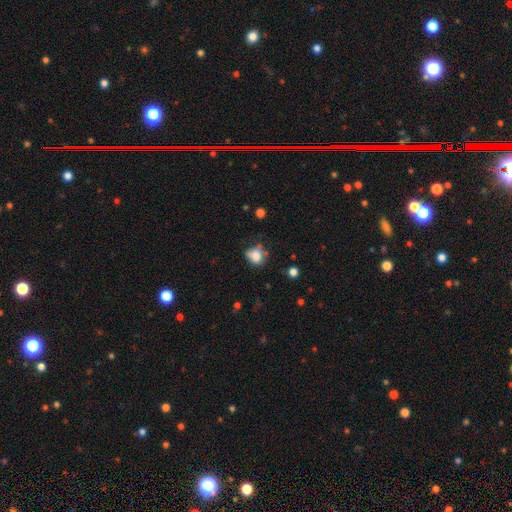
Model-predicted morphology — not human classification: smooth_or_featured: smooth (p=0.76) [alt: featured or disk p=0.13]
how_rounded: round (p=0.59) [alt: in between p=0.40]
merging: none (p=0.47) [alt: minor disturbance p=0.31]